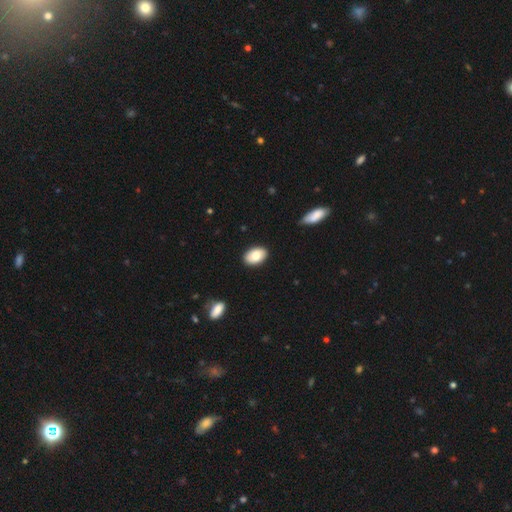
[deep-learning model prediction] Smooth or featured?
  - smooth: 81% *
  - featured or disk: 12%
  - star or artifact: 6%
How rounded?
  - in between: 90% *
  - round: 9%
  - cigar-shaped: 1%
Merging?
  - none: 87% *
  - minor disturbance: 10%
  - major disturbance: 2%
  - merger: 1%